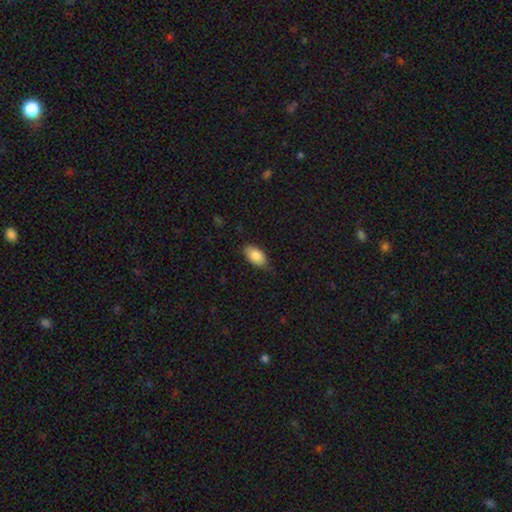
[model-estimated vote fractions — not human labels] A smooth galaxy with no disk features (85%) that is in between round and cigar-shaped (92%).

Vote fractions:
- Smooth or featured? smooth: 85% / featured or disk: 9% / star or artifact: 7%
- How rounded? in between: 92% / round: 5% / cigar-shaped: 3%
- Merging? none: 74% / minor disturbance: 21% / major disturbance: 3% / merger: 1%